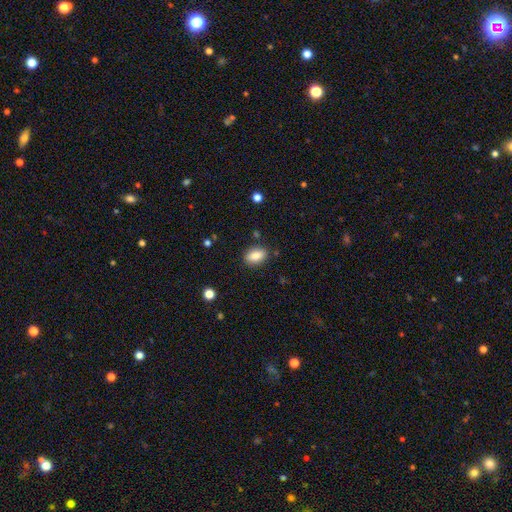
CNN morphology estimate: A smooth galaxy with no disk features (84%) that is in between round and cigar-shaped (87%).

Vote fractions:
- Smooth or featured? smooth: 84% / star or artifact: 8% / featured or disk: 8%
- How rounded? in between: 87% / round: 9% / cigar-shaped: 4%
- Merging? none: 85% / minor disturbance: 10% / major disturbance: 3% / merger: 2%